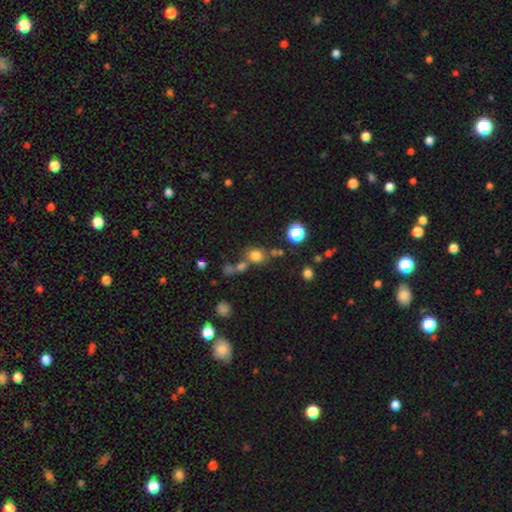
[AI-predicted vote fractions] Smooth or featured? Predicted: smooth (p=0.75). How rounded? Predicted: round (p=0.69). Merging? Predicted: none (p=0.58).